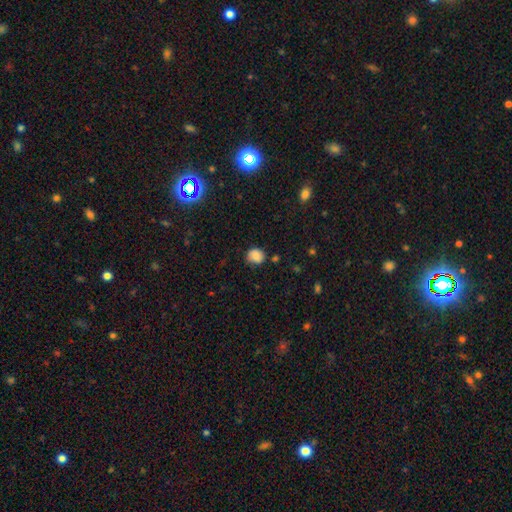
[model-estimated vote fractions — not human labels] This is clearly a smooth galaxy (82%). How rounded: likely round (71%). Merging: likely none (71%).